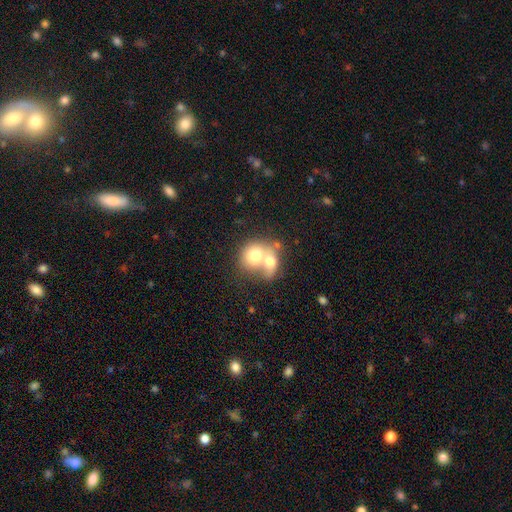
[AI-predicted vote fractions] Smooth or featured?
  - smooth: 69% *
  - featured or disk: 23%
  - star or artifact: 8%
How rounded?
  - round: 61% *
  - in between: 38%
  - cigar-shaped: 1%
Merging?
  - merger: 74% *
  - none: 16%
  - minor disturbance: 6%
  - major disturbance: 4%